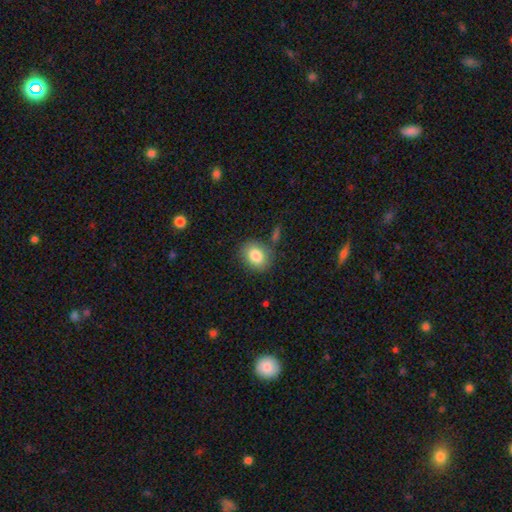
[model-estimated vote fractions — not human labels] Smooth or featured?
  - smooth: 83% *
  - featured or disk: 9%
  - star or artifact: 8%
How rounded?
  - round: 51% *
  - in between: 48%
  - cigar-shaped: 1%
Merging?
  - none: 78% *
  - minor disturbance: 12%
  - merger: 6%
  - major disturbance: 4%